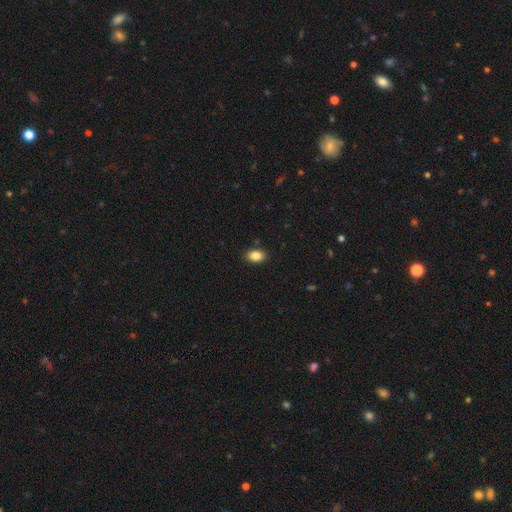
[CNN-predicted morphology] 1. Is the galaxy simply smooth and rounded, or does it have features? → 87% smooth, 9% star or artifact, 5% featured or disk.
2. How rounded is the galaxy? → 83% in between, 16% round, 1% cigar-shaped.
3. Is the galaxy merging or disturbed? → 88% none, 9% minor disturbance, 2% major disturbance, 1% merger.